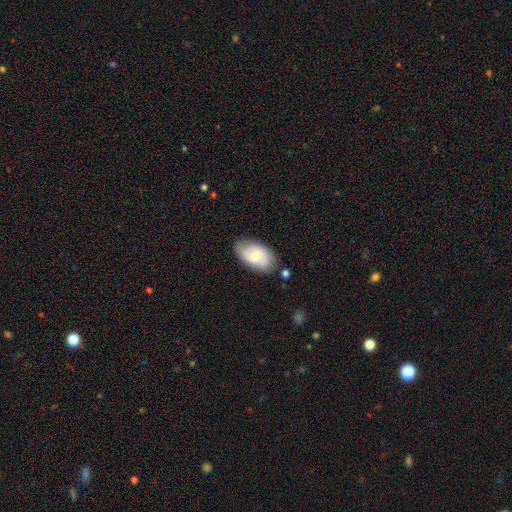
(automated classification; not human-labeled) Q: Smooth or featured?
A: smooth (56%); runner-up: featured or disk (38%)
Q: How rounded?
A: in between (92%); runner-up: round (6%)
Q: Merging?
A: none (75%); runner-up: minor disturbance (18%)